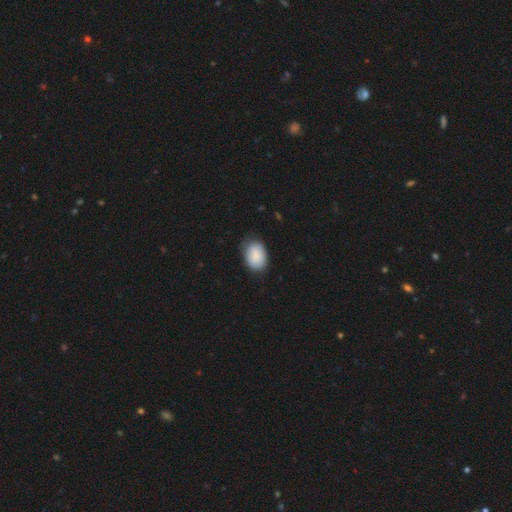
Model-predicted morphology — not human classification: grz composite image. It shows a smooth galaxy with no disk features (87%) that is in between round and cigar-shaped (78%). Merging: none (73%).